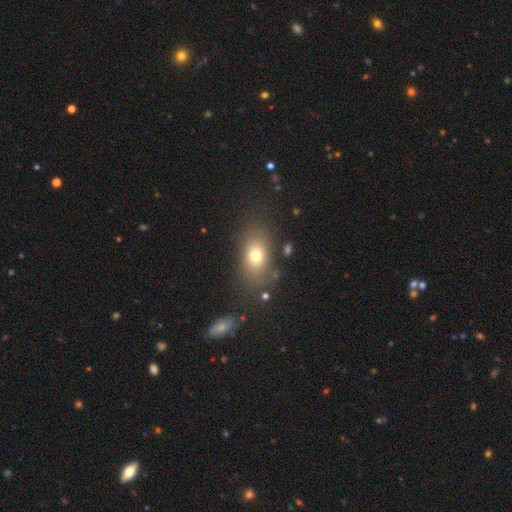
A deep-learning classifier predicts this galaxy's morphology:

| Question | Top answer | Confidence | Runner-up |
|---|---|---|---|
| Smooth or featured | smooth | 73% | featured or disk (14%) |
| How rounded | in between | 75% | round (23%) |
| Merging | none | 76% | minor disturbance (13%) |